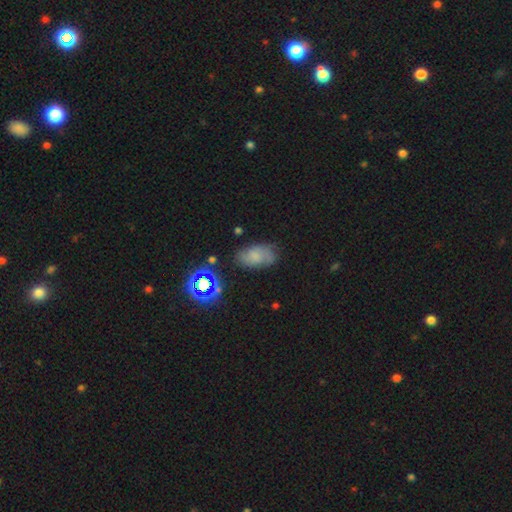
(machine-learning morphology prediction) smooth_or_featured: smooth (p=0.53) [alt: featured or disk p=0.31]
how_rounded: in between (p=0.89) [alt: round p=0.09]
merging: none (p=0.67) [alt: minor disturbance p=0.22]